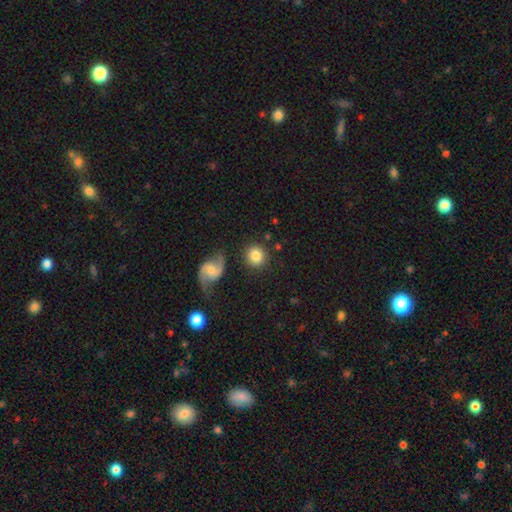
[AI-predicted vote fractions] Q: Smooth or featured?
A: smooth (81%); runner-up: featured or disk (12%)
Q: How rounded?
A: round (90%); runner-up: in between (9%)
Q: Merging?
A: none (80%); runner-up: minor disturbance (9%)